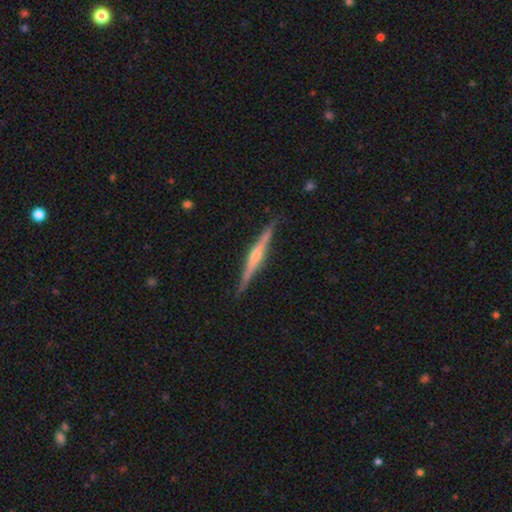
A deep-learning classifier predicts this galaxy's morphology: Smooth or featured? featured or disk (77%)
Edge-on disk? yes (98%)
Edge-on bulge? rounded (70%)
Merging? none (89%)